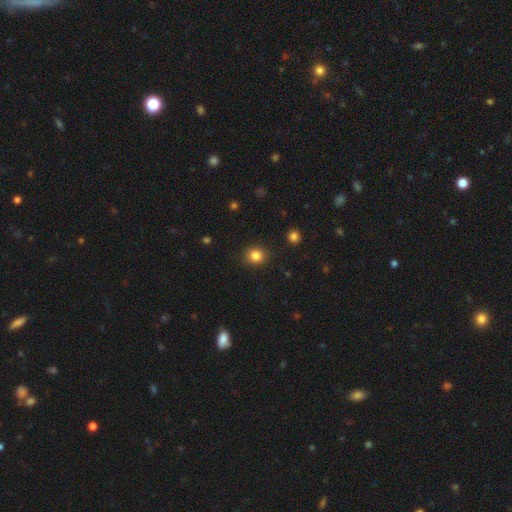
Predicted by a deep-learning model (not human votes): A smooth galaxy with no disk features (84%) that is round (81%).

Vote fractions:
- Smooth or featured? smooth: 84% / star or artifact: 11% / featured or disk: 5%
- How rounded? round: 81% / in between: 18% / cigar-shaped: 1%
- Merging? none: 89% / minor disturbance: 7% / major disturbance: 2% / merger: 1%